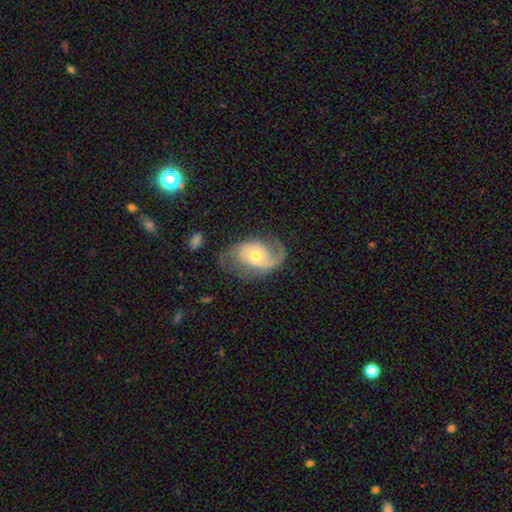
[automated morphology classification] Q: Smooth or featured?
A: featured or disk (81%); runner-up: smooth (13%)
Q: Edge-on disk?
A: no (96%); runner-up: yes (4%)
Q: Bar?
A: no (69%); runner-up: weak (25%)
Q: Spiral arms?
A: yes (93%); runner-up: no (7%)
Q: Spiral winding?
A: medium (44%); runner-up: loose (37%)
Q: Spiral arm count?
A: 2 (74%); runner-up: 1 (15%)
Q: Bulge size?
A: small (49%); runner-up: moderate (45%)
Q: Merging?
A: none (61%); runner-up: minor disturbance (21%)